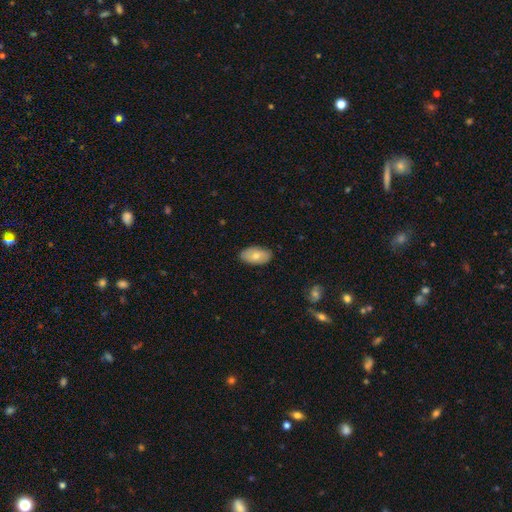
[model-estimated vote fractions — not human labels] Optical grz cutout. It shows a smooth galaxy with no disk features (71%) that is in between round and cigar-shaped (94%). Merging: none (86%).